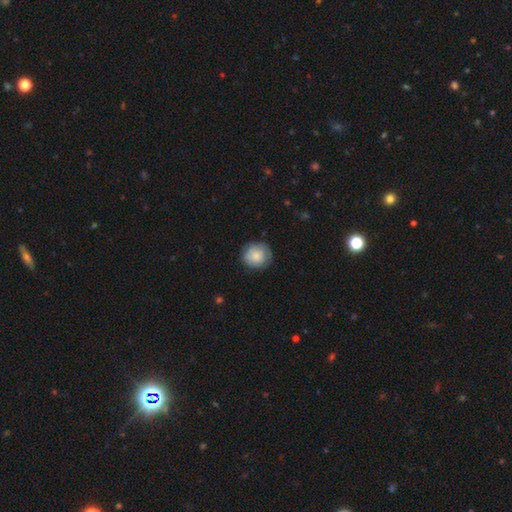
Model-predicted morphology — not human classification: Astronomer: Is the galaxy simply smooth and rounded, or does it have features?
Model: smooth — 74%.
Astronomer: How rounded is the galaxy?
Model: round — 91%.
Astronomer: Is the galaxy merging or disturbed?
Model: none — 79%.